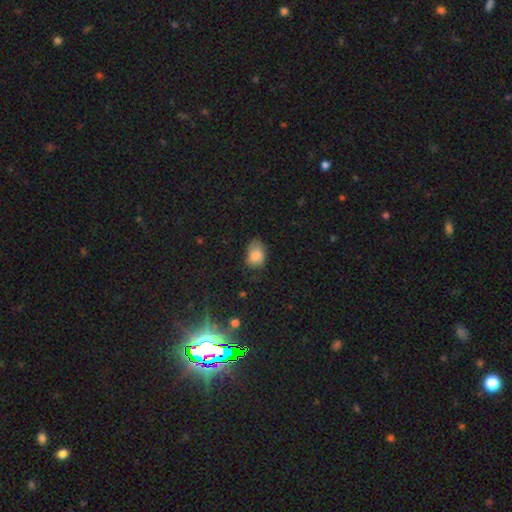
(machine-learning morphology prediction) Smooth or featured? smooth (80%)
How rounded? in between (76%)
Merging? none (49%)